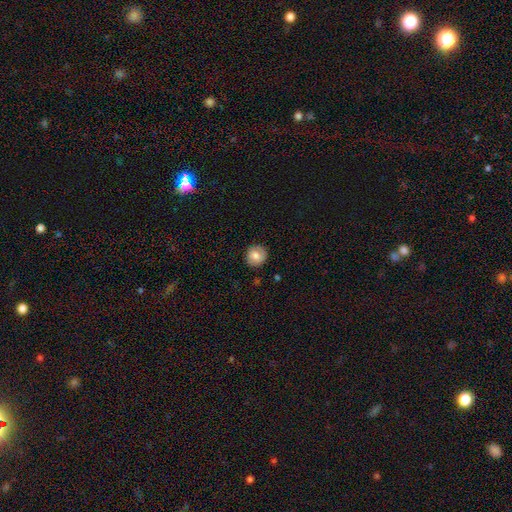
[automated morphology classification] The model was most divided on "smooth or featured": smooth: 73%, featured or disk: 18%, star or artifact: 8%. More confident: how rounded — round (89%); merging — none (85%).